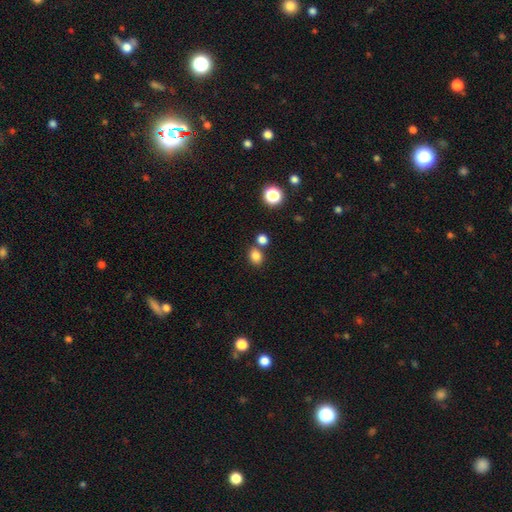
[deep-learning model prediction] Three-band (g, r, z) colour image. It shows a smooth galaxy with no disk features (83%) that is in between round and cigar-shaped (56%). Merging: none (66%).